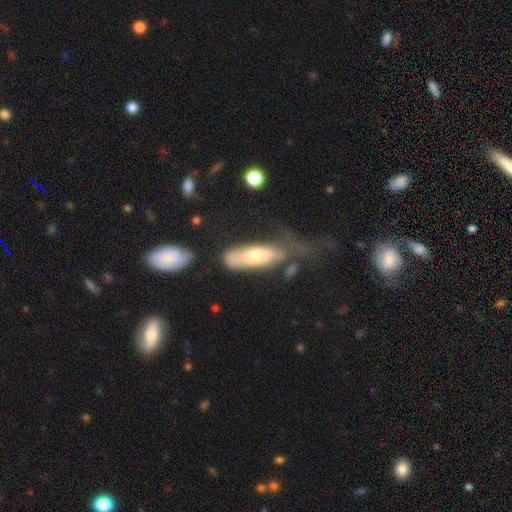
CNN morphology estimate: This is possibly a smooth galaxy (51%). How rounded: possibly in between (55%). Merging: marginally major disturbance (35%).